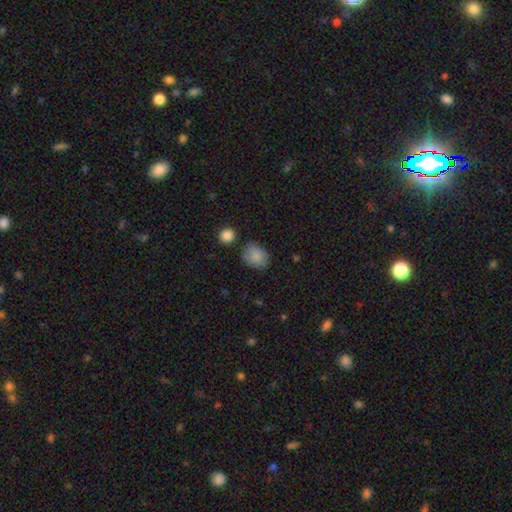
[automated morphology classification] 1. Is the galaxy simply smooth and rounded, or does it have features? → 84% smooth, 9% star or artifact, 7% featured or disk.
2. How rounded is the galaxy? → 51% round, 48% in between, 1% cigar-shaped.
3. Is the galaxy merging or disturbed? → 70% none, 21% minor disturbance, 6% major disturbance, 4% merger.